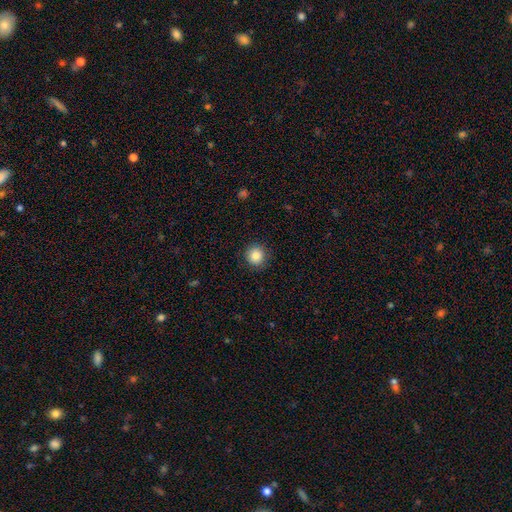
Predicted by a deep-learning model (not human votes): A smooth galaxy with no disk features (86%) that is round (93%).

Vote fractions:
- Smooth or featured? smooth: 86% / star or artifact: 10% / featured or disk: 5%
- How rounded? round: 93% / in between: 6% / cigar-shaped: 1%
- Merging? none: 90% / minor disturbance: 7% / major disturbance: 2% / merger: 1%